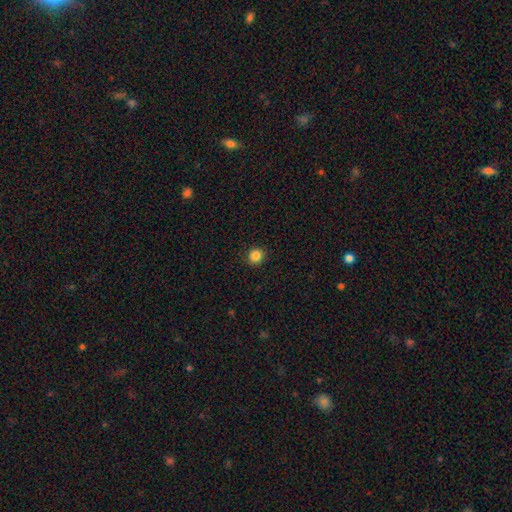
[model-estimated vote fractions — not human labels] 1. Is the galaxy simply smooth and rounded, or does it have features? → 85% smooth, 11% star or artifact, 4% featured or disk.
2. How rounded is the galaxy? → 90% round, 9% in between, 1% cigar-shaped.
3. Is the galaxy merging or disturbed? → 91% none, 6% minor disturbance, 2% major disturbance, 1% merger.